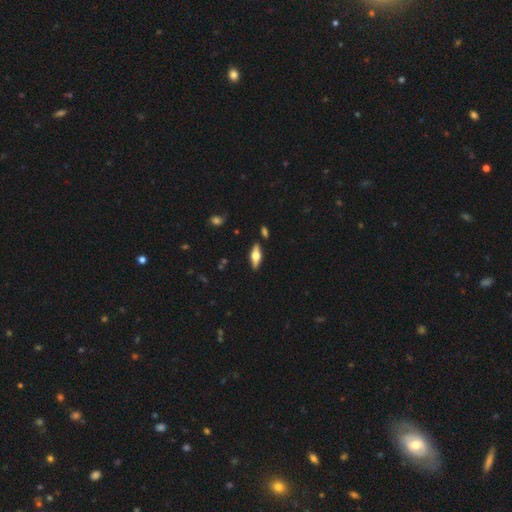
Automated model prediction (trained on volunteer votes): Smooth or featured? featured or disk (59%)
Edge-on disk? yes (92%)
Edge-on bulge? rounded (94%)
Merging? none (86%)